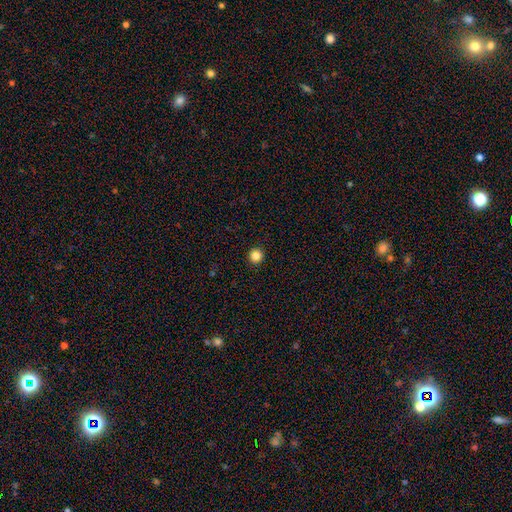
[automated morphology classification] Smooth or featured?
  - smooth: 85% *
  - star or artifact: 11%
  - featured or disk: 4%
How rounded?
  - round: 95% *
  - in between: 4%
  - cigar-shaped: 1%
Merging?
  - none: 94% *
  - minor disturbance: 4%
  - major disturbance: 1%
  - merger: 1%